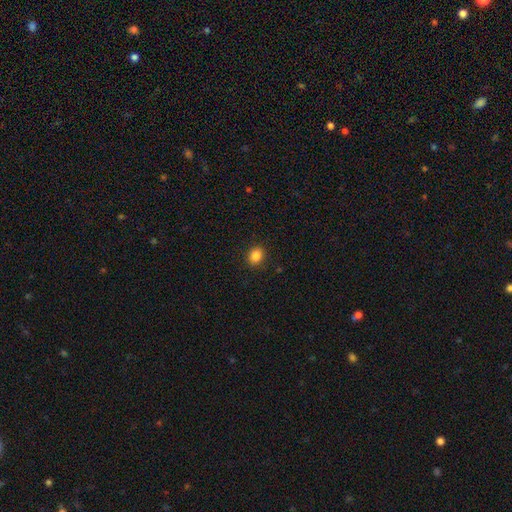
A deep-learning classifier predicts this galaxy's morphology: Smooth or featured?
  - smooth: 86% *
  - star or artifact: 11%
  - featured or disk: 4%
How rounded?
  - round: 54% *
  - in between: 45%
  - cigar-shaped: 1%
Merging?
  - none: 87% *
  - minor disturbance: 9%
  - major disturbance: 2%
  - merger: 1%